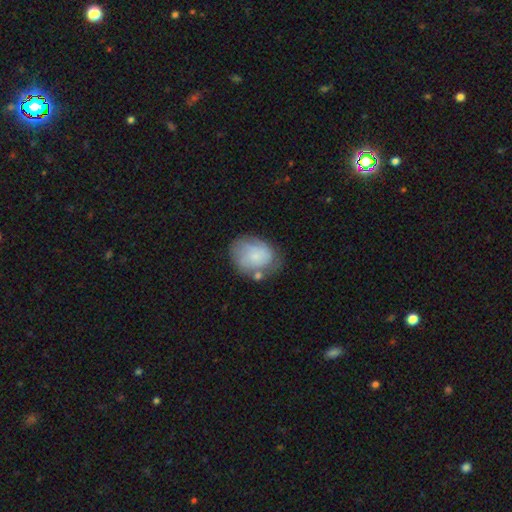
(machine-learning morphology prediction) Smooth or featured?
  - smooth: 59% *
  - featured or disk: 33%
  - star or artifact: 8%
How rounded?
  - in between: 53% *
  - round: 46%
  - cigar-shaped: 1%
Merging?
  - none: 54% *
  - minor disturbance: 26%
  - major disturbance: 11%
  - merger: 9%